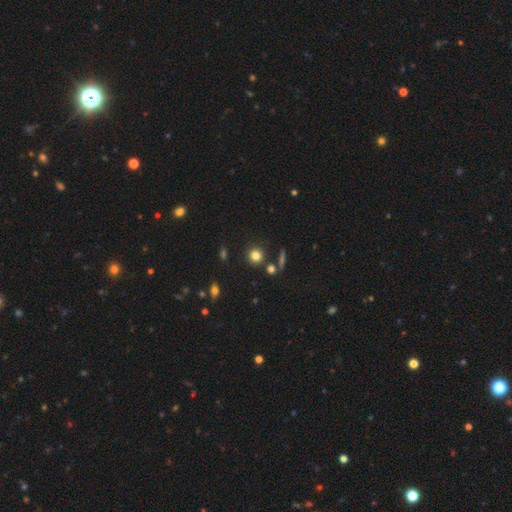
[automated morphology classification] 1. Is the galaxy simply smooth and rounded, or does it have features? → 80% smooth, 13% star or artifact, 7% featured or disk.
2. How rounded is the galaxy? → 90% round, 9% in between, 1% cigar-shaped.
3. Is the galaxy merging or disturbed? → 82% none, 8% minor disturbance, 7% merger, 3% major disturbance.